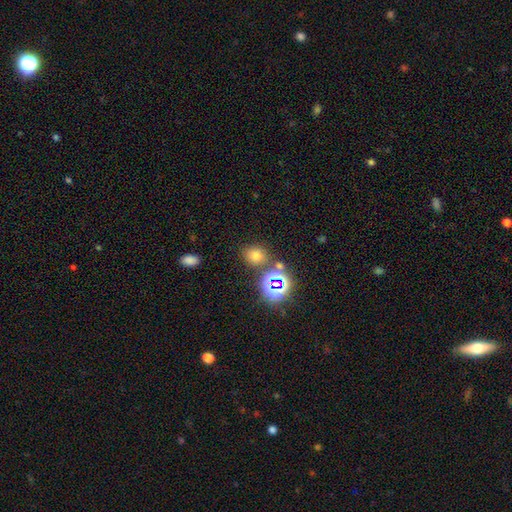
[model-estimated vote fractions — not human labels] Morphology: type=smooth (67%); roundness=round (66%); merging=none (77%).